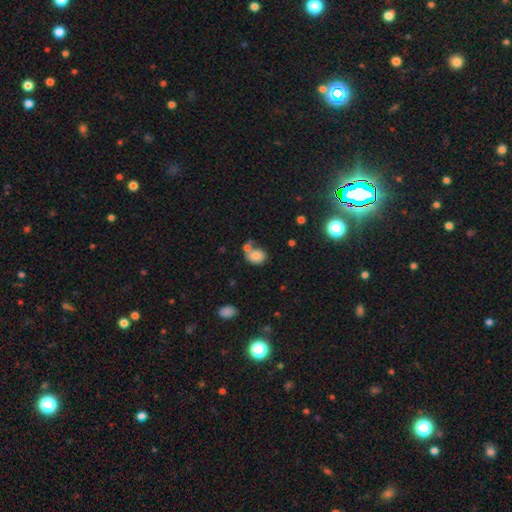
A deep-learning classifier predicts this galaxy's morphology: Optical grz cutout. It shows a smooth galaxy with no disk features (79%) that is in between round and cigar-shaped (51%). Merging: none (46%).